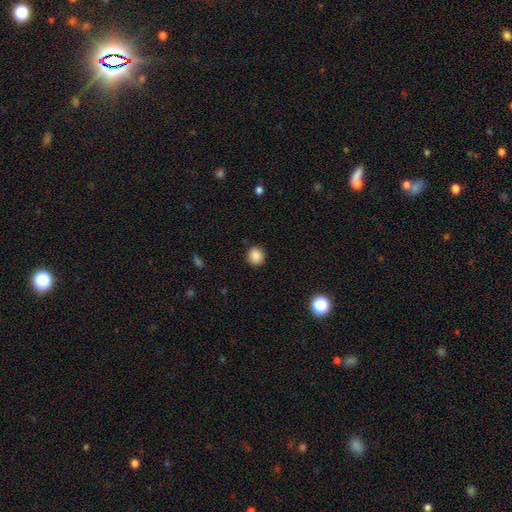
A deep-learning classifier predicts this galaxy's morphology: Smooth or featured?
  - smooth: 88% *
  - star or artifact: 9%
  - featured or disk: 3%
How rounded?
  - round: 91% *
  - in between: 8%
  - cigar-shaped: 1%
Merging?
  - none: 90% *
  - minor disturbance: 6%
  - major disturbance: 2%
  - merger: 1%